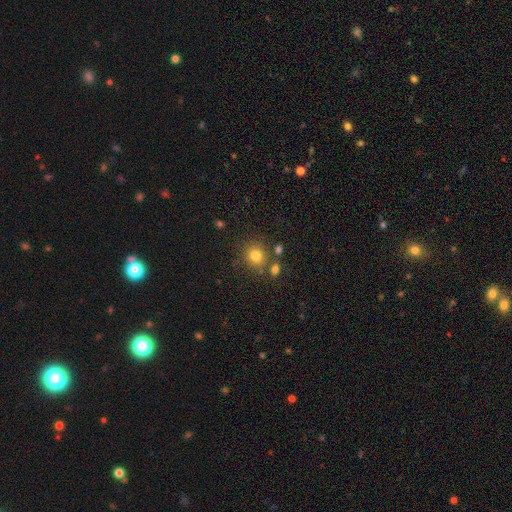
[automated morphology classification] Smooth or featured? Predicted: smooth (p=0.78). How rounded? Predicted: round (p=0.85). Merging? Predicted: none (p=0.76).